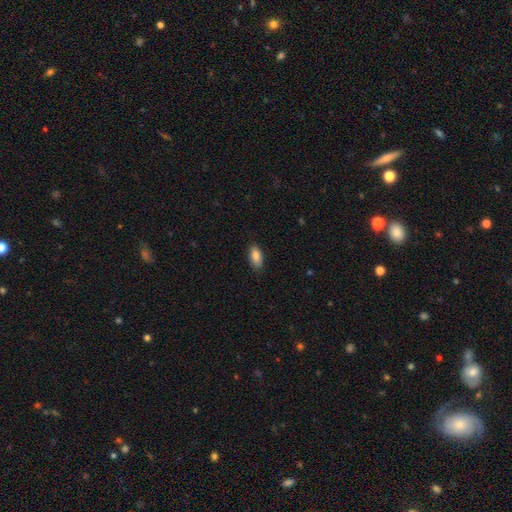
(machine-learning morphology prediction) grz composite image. It shows a smooth galaxy with no disk features (85%) that is in between round and cigar-shaped (90%). Merging: none (86%).